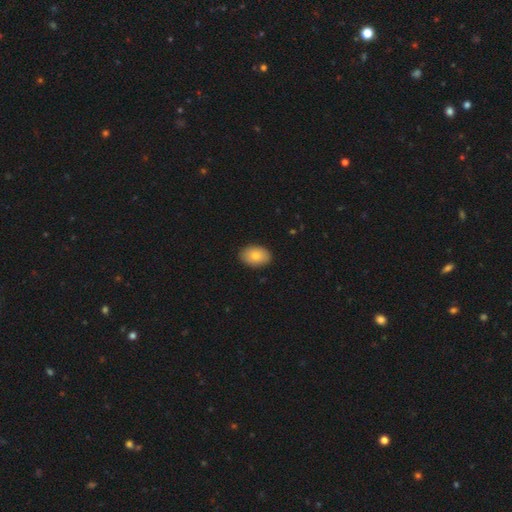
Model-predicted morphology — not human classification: Smooth or featured? Predicted: smooth (p=0.82). How rounded? Predicted: in between (p=0.85). Merging? Predicted: none (p=0.89).